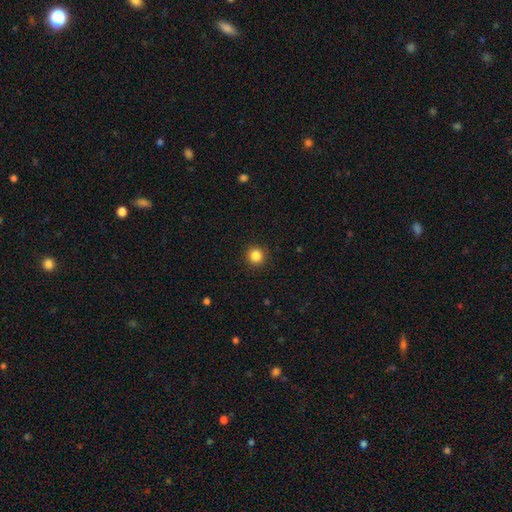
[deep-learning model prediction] Smooth or featured? Predicted: smooth (p=0.85). How rounded? Predicted: round (p=0.95). Merging? Predicted: none (p=0.92).